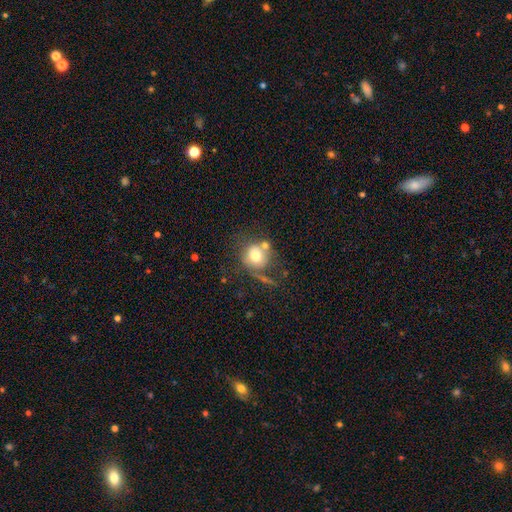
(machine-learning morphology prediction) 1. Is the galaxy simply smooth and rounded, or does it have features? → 69% smooth, 21% featured or disk, 11% star or artifact.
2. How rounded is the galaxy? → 82% round, 17% in between, 1% cigar-shaped.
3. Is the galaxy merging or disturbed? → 49% none, 23% merger, 16% minor disturbance, 12% major disturbance.